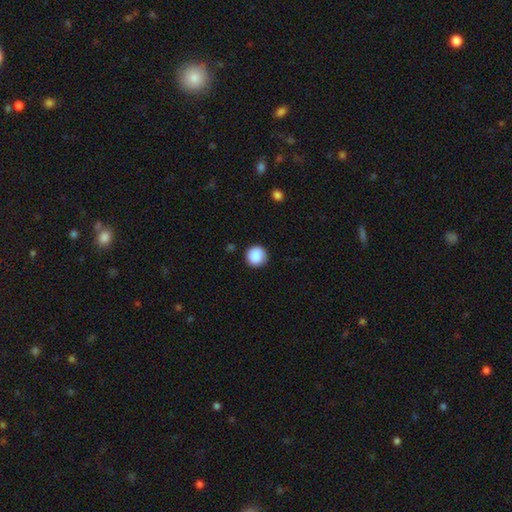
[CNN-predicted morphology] Smooth or featured? smooth (87%)
How rounded? round (94%)
Merging? none (87%)